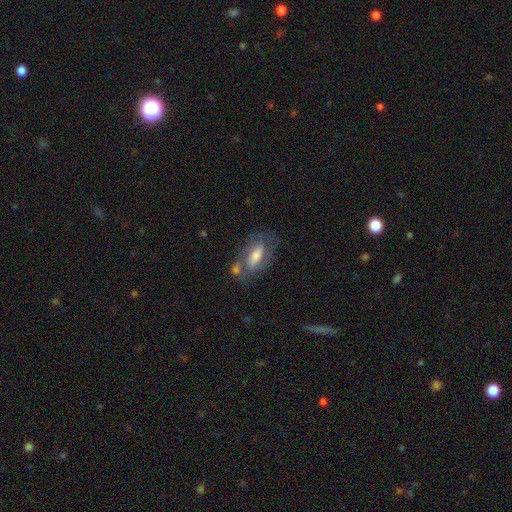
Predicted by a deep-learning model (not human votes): Smooth or featured?
  - smooth: 48% *
  - featured or disk: 44%
  - star or artifact: 8%
Merging?
  - none: 54% *
  - minor disturbance: 19%
  - merger: 16%
  - major disturbance: 11%